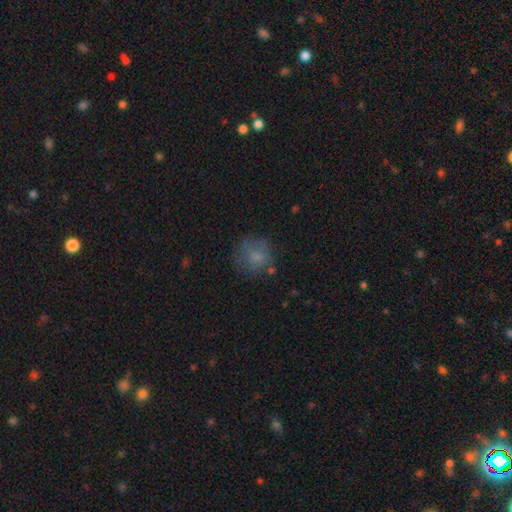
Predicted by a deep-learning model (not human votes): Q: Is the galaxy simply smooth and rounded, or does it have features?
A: smooth — 72%.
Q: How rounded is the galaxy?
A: round — 85%.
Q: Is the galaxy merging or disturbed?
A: none — 64%.